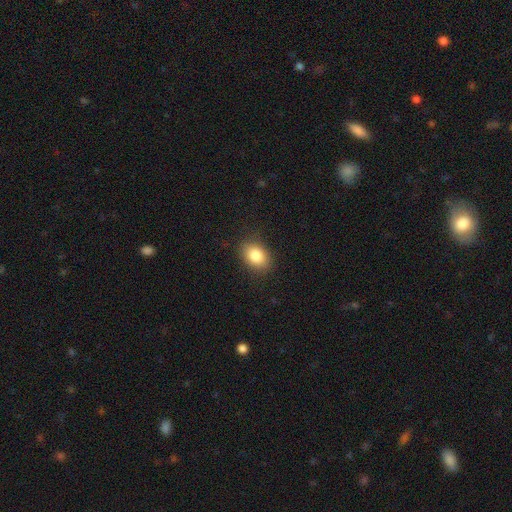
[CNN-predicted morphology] Smooth or featured?
  - smooth: 84% *
  - star or artifact: 9%
  - featured or disk: 7%
How rounded?
  - in between: 74% *
  - round: 25%
  - cigar-shaped: 1%
Merging?
  - none: 86% *
  - minor disturbance: 10%
  - major disturbance: 3%
  - merger: 1%